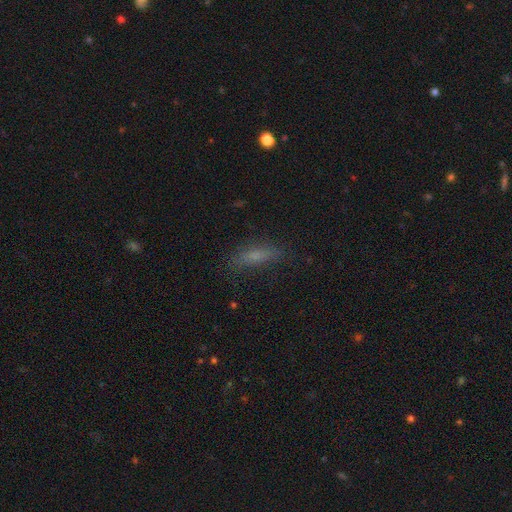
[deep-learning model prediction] Smooth or featured: smooth — 63% (featured or disk — 22%)
How rounded: cigar-shaped — 62% (in between — 35%)
Merging: none — 74% (minor disturbance — 18%)